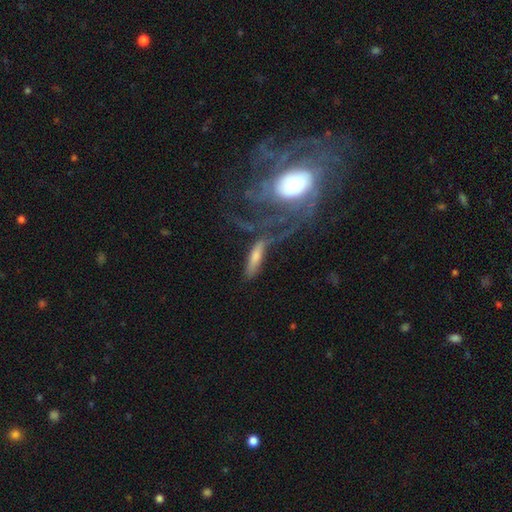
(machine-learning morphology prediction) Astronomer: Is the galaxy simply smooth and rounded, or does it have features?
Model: featured or disk — 49% (runner-up: smooth, 39%).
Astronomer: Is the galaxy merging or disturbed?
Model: none — 44%.